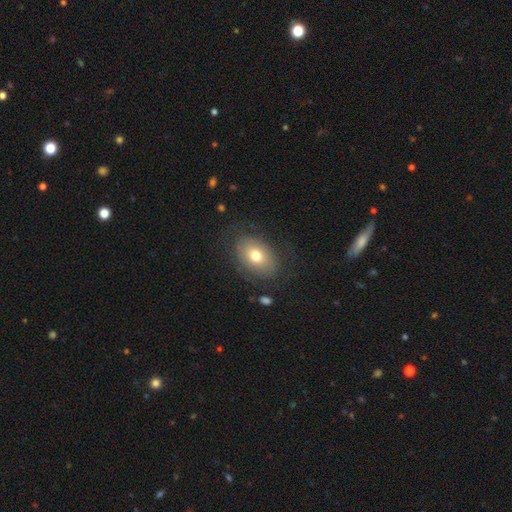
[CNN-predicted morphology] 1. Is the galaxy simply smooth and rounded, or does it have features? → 67% smooth, 25% featured or disk, 9% star or artifact.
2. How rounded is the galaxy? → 80% in between, 19% round, 1% cigar-shaped.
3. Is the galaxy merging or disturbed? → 74% none, 15% minor disturbance, 9% major disturbance, 1% merger.